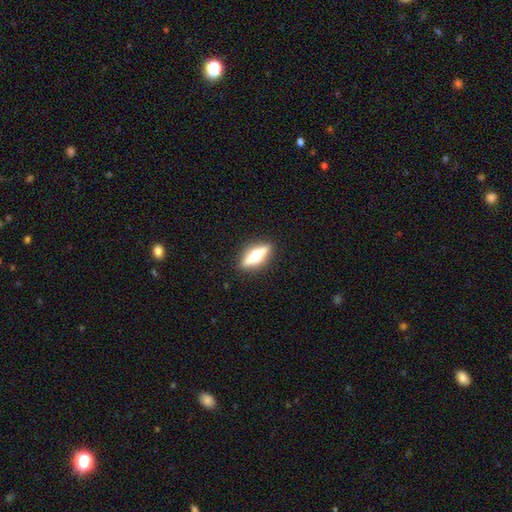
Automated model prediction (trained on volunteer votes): featured or disk 65%, smooth 28%, star or artifact 7%. Down the decision tree: edge-on disk — yes (94%); edge-on bulge — rounded (94%); merging — none (89%).